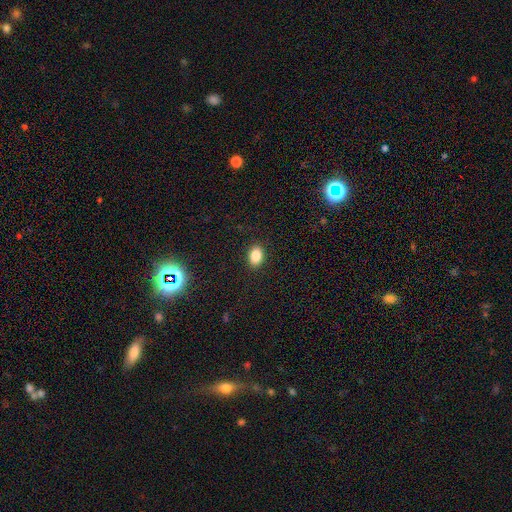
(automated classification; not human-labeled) smooth_or_featured: smooth (p=0.84) [alt: star or artifact p=0.10]
how_rounded: in between (p=0.79) [alt: round p=0.19]
merging: none (p=0.89) [alt: minor disturbance p=0.08]